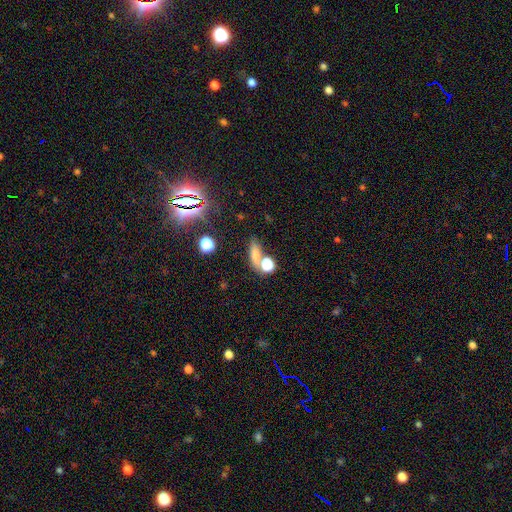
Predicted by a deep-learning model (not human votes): Q: Smooth or featured?
A: smooth (68%); runner-up: star or artifact (19%)
Q: How rounded?
A: in between (46%); runner-up: cigar-shaped (35%)
Q: Merging?
A: none (60%); runner-up: merger (22%)